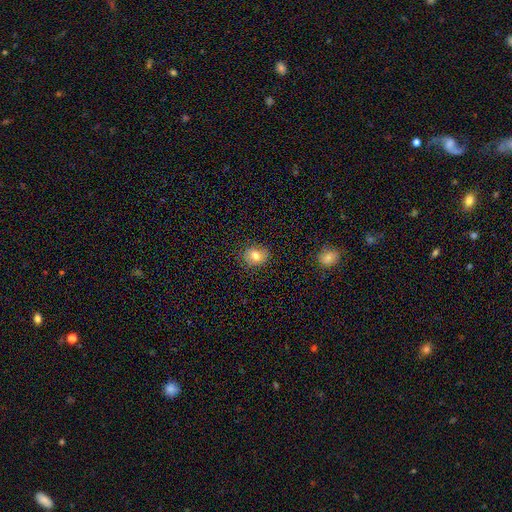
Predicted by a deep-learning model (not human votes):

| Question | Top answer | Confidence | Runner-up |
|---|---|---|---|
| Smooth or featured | smooth | 78% | featured or disk (11%) |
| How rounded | round | 59% | in between (40%) |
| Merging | none | 83% | minor disturbance (13%) |